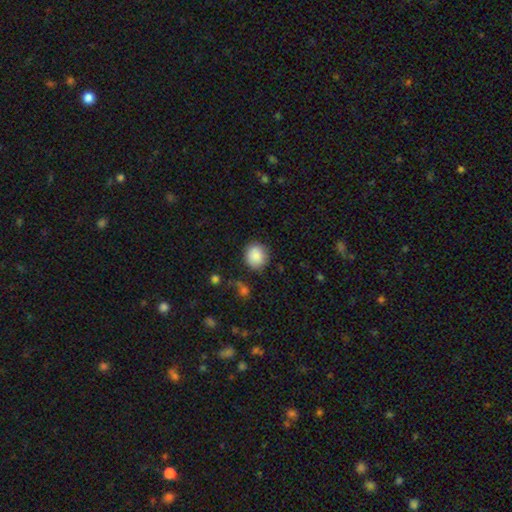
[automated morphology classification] Smooth or featured?
  - smooth: 88% *
  - star or artifact: 8%
  - featured or disk: 5%
How rounded?
  - round: 82% *
  - in between: 17%
  - cigar-shaped: 1%
Merging?
  - none: 84% *
  - minor disturbance: 11%
  - major disturbance: 3%
  - merger: 2%